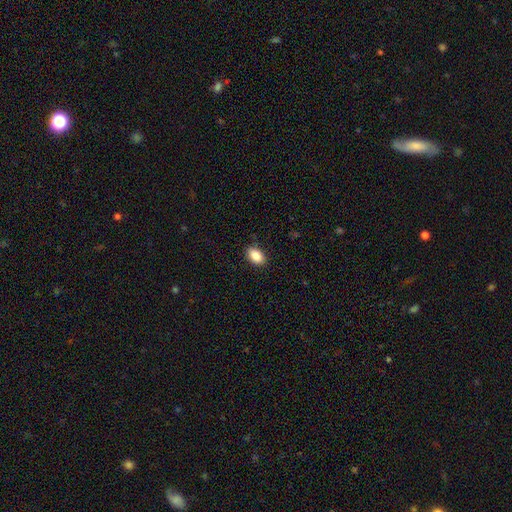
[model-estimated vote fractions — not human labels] Overall: smooth (88%). How rounded: in between (89%). Merging: none (88%).